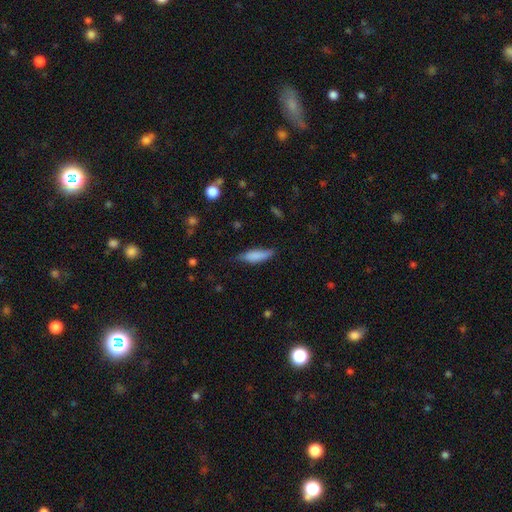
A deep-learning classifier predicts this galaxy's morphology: A smooth galaxy with no disk features (78%) that is cigar-shaped (55%).

Vote fractions:
- Smooth or featured? smooth: 78% / featured or disk: 15% / star or artifact: 7%
- How rounded? cigar-shaped: 55% / in between: 43% / round: 2%
- Merging? none: 62% / minor disturbance: 30% / major disturbance: 6% / merger: 2%